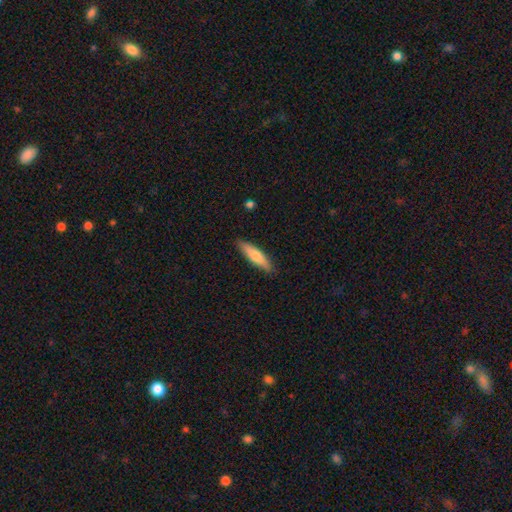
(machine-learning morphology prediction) Smooth or featured? Predicted: smooth (p=0.69). How rounded? Predicted: cigar-shaped (p=0.76). Merging? Predicted: none (p=0.89).